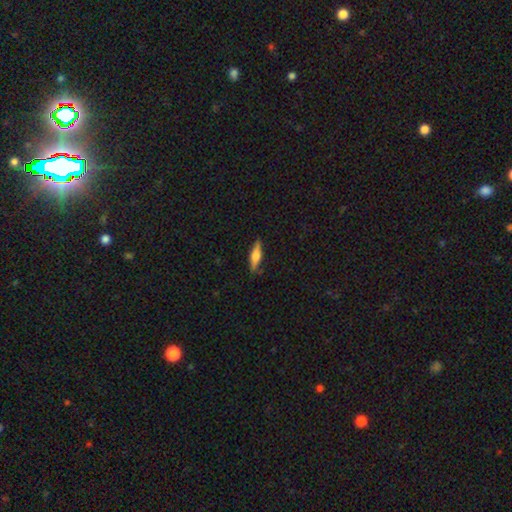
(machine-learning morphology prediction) type=featured or disk (52%); edge-on=yes (95%); merging=none (86%).